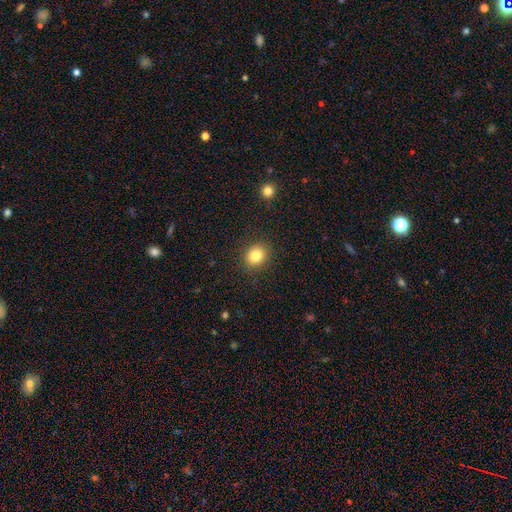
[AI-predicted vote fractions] This appears to be a smooth galaxy with no disk features (82%) that is round (66%). Merging: none (88%).